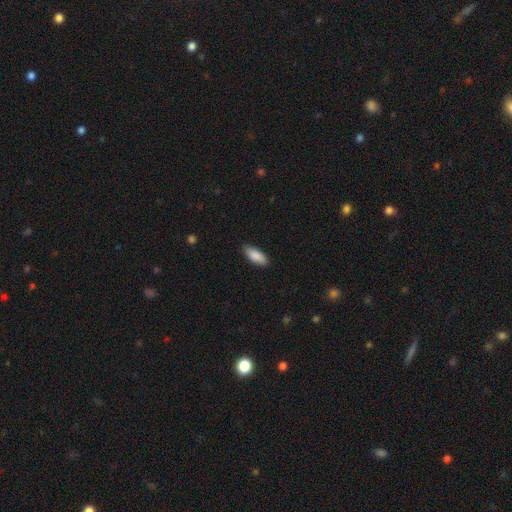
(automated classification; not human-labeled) A smooth galaxy with no disk features (88%) that is in between round and cigar-shaped (77%).

Vote fractions:
- Smooth or featured? smooth: 88% / featured or disk: 7% / star or artifact: 6%
- How rounded? in between: 77% / cigar-shaped: 21% / round: 2%
- Merging? none: 86% / minor disturbance: 11% / major disturbance: 2% / merger: 1%